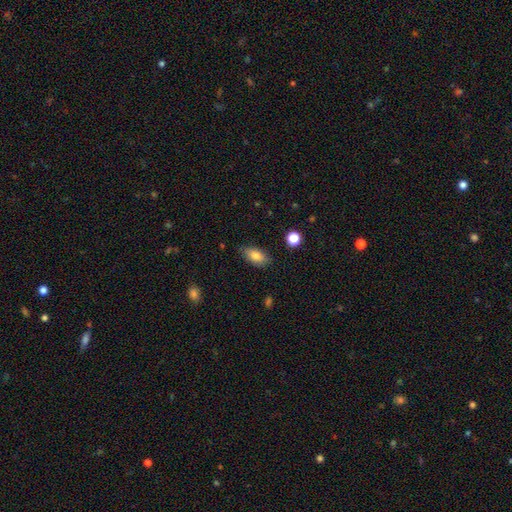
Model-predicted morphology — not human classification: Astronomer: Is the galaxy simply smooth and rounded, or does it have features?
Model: smooth — 81%.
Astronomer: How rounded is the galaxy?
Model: in between — 89%.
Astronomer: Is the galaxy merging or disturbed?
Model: none — 83%.